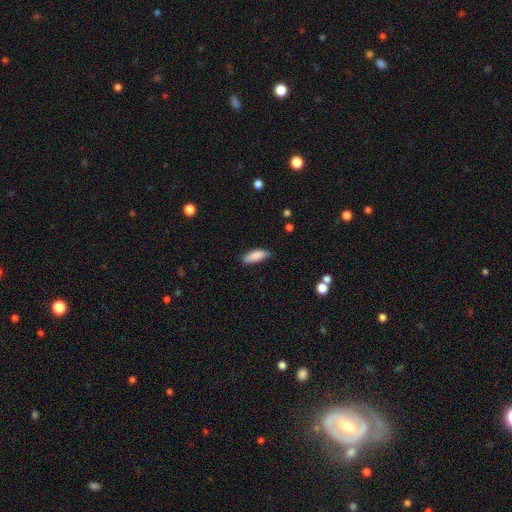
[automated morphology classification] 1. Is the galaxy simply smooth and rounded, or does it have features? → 87% smooth, 6% star or artifact, 6% featured or disk.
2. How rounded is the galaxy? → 69% in between, 30% cigar-shaped, 2% round.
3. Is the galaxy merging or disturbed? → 79% none, 17% minor disturbance, 3% major disturbance, 1% merger.